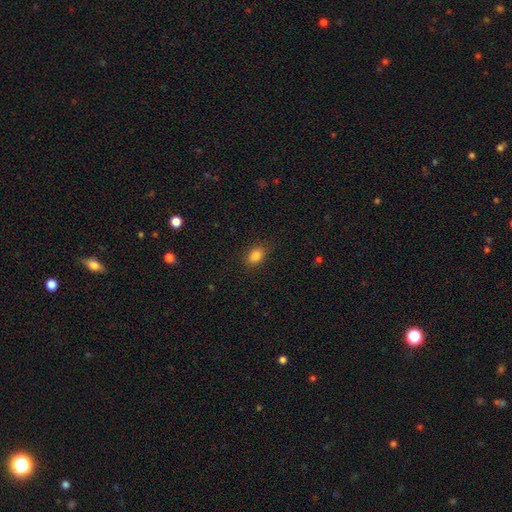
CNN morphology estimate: type=smooth (84%); roundness=in between (76%); merging=none (84%).